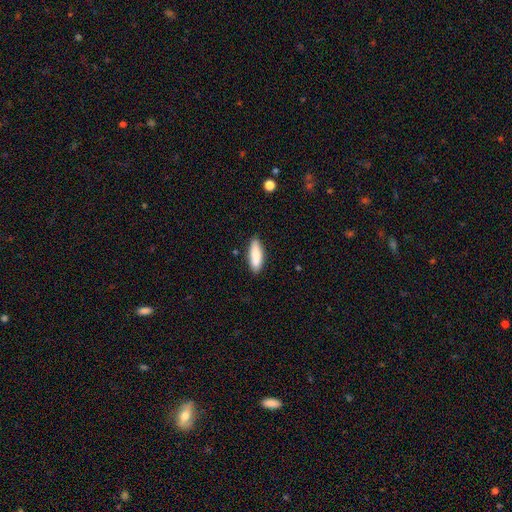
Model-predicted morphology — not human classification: smooth-or-featured: smooth: 84% | featured or disk: 11% | star or artifact: 6%
  how-rounded: in between: 54% | cigar-shaped: 44% | round: 2%
  merging: none: 85% | minor disturbance: 11% | major disturbance: 2% | merger: 2%